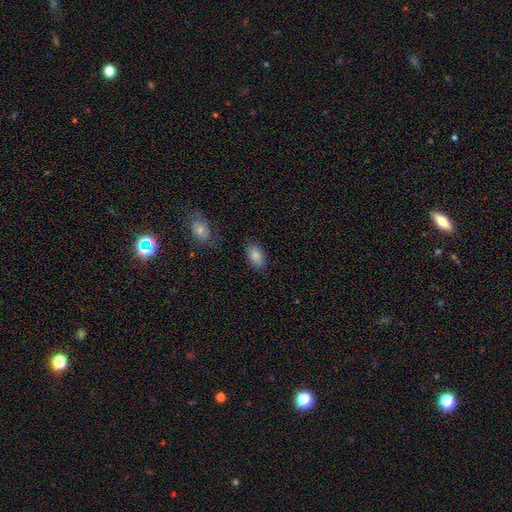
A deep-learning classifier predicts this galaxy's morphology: Smooth or featured?
  - smooth: 86% *
  - star or artifact: 8%
  - featured or disk: 6%
How rounded?
  - in between: 93% *
  - round: 5%
  - cigar-shaped: 2%
Merging?
  - none: 82% *
  - minor disturbance: 12%
  - major disturbance: 3%
  - merger: 2%